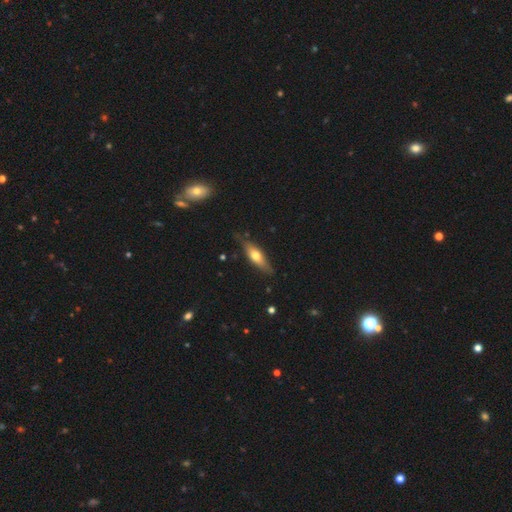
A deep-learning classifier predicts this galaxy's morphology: A smooth galaxy with no disk features (49%).

Vote fractions:
- Smooth or featured? smooth: 49% / featured or disk: 45% / star or artifact: 6%
- Merging? none: 79% / minor disturbance: 16% / major disturbance: 3% / merger: 2%